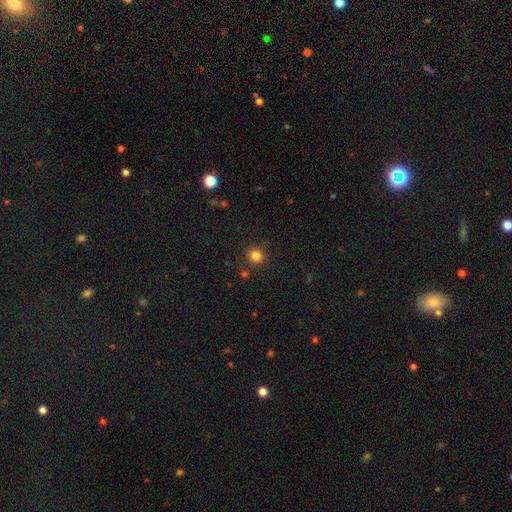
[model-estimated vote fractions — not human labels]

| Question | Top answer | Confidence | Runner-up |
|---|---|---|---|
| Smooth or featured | smooth | 83% | star or artifact (13%) |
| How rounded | round | 92% | in between (7%) |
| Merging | none | 87% | minor disturbance (7%) |